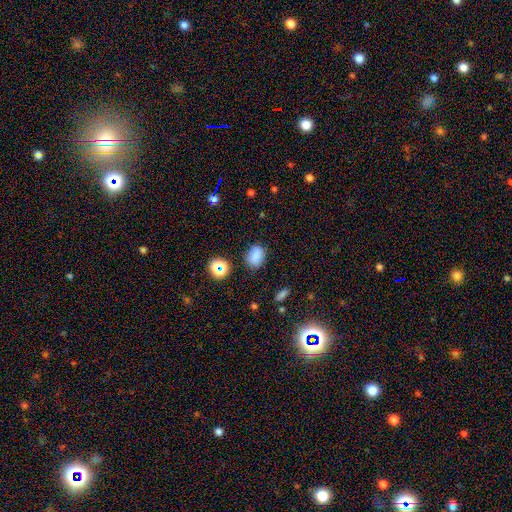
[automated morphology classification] smooth_or_featured: smooth (p=0.81) [alt: star or artifact p=0.13]
how_rounded: in between (p=0.69) [alt: round p=0.30]
merging: none (p=0.79) [alt: minor disturbance p=0.15]